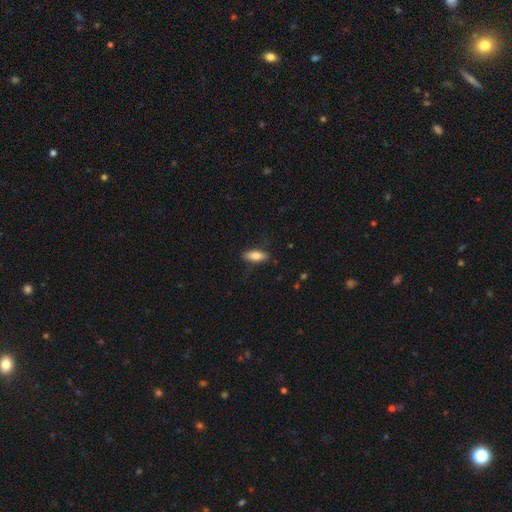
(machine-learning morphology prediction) A smooth galaxy with no disk features (79%) that is in between round and cigar-shaped (73%).

Vote fractions:
- Smooth or featured? smooth: 79% / featured or disk: 15% / star or artifact: 6%
- How rounded? in between: 73% / cigar-shaped: 24% / round: 2%
- Merging? none: 85% / minor disturbance: 11% / major disturbance: 2% / merger: 1%